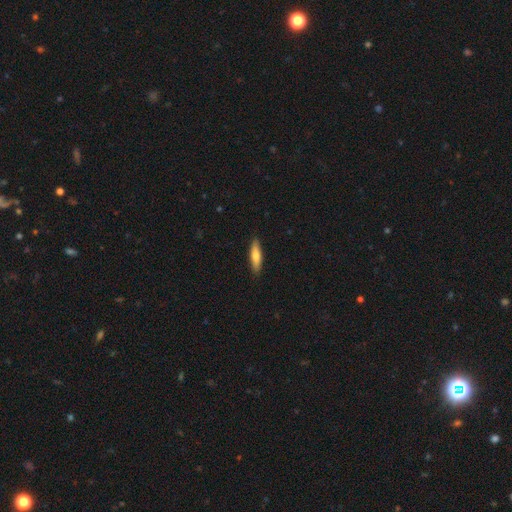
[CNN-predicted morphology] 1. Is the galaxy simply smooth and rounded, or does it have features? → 68% smooth, 26% featured or disk, 6% star or artifact.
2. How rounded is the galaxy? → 72% cigar-shaped, 26% in between, 2% round.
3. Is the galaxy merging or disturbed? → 89% none, 8% minor disturbance, 2% major disturbance, 1% merger.